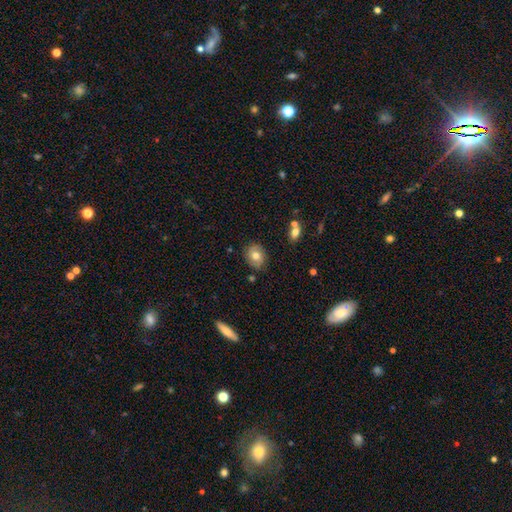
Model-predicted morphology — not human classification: This is likely a smooth galaxy (71%). How rounded: possibly round (56%). Merging: clearly none (82%).